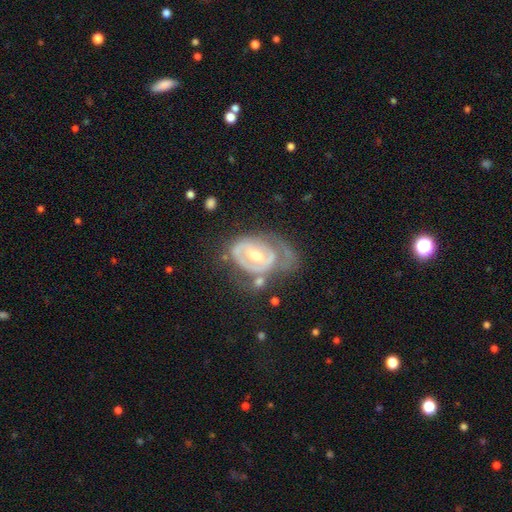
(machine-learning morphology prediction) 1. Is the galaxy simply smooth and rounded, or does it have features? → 78% featured or disk, 16% smooth, 6% star or artifact.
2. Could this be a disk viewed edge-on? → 96% no, 4% yes.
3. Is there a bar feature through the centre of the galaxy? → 48% no, 38% weak, 14% strong.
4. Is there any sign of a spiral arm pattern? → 67% yes, 33% no.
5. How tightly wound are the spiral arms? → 60% tight, 28% medium, 12% loose.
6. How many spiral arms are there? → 33% 2, 32% can't tell, 28% 1, 4% 3, 2% 4, 1% more than 4.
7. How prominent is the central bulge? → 62% moderate, 31% small, 4% large, 1% none, 1% dominant.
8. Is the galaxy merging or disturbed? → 35% none, 30% major disturbance, 27% minor disturbance, 8% merger.